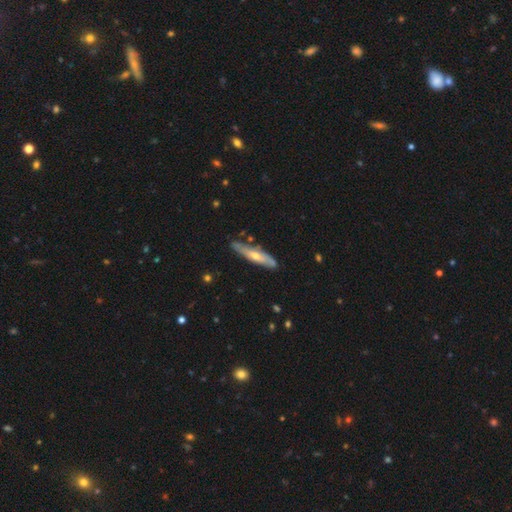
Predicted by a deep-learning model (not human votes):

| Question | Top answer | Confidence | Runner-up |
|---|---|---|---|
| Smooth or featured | featured or disk | 57% | smooth (37%) |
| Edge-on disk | yes | 77% | no (23%) |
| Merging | none | 82% | minor disturbance (14%) |